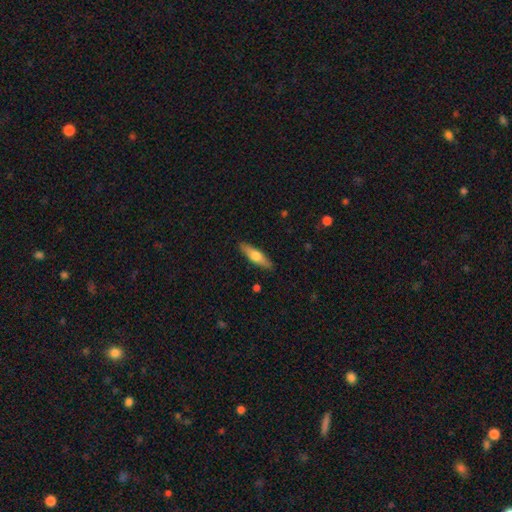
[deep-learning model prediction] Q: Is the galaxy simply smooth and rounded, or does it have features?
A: smooth — 57%.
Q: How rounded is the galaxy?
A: cigar-shaped — 60%.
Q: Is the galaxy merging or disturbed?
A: none — 89%.